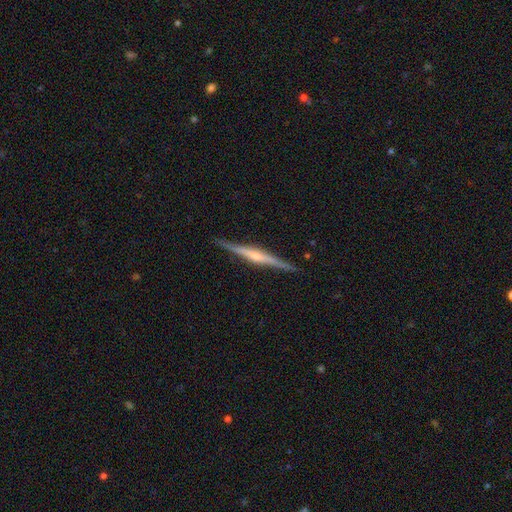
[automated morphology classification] This appears to be a featured or disk galaxy (80%) viewed edge-on (98%) with a rounded central bulge (74%). Merging: none (90%).